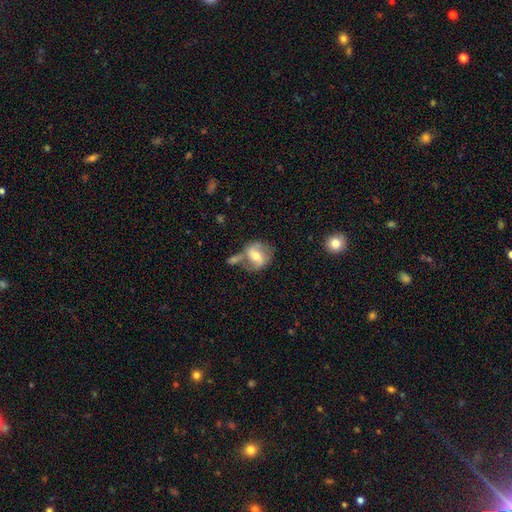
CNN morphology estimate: A featured or disk galaxy (56%) with a weak bar (42%), spiral arms (70%) and a moderate central bulge (66%). Merging: none (43%).